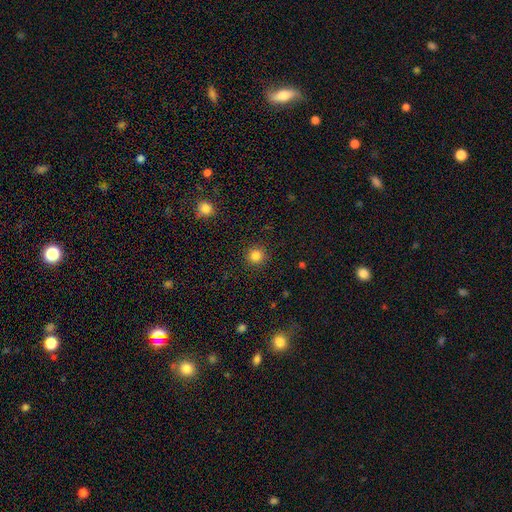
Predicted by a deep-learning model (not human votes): smooth 84%, star or artifact 12%, featured or disk 4%. Down the decision tree: how rounded — round (92%); merging — none (91%).